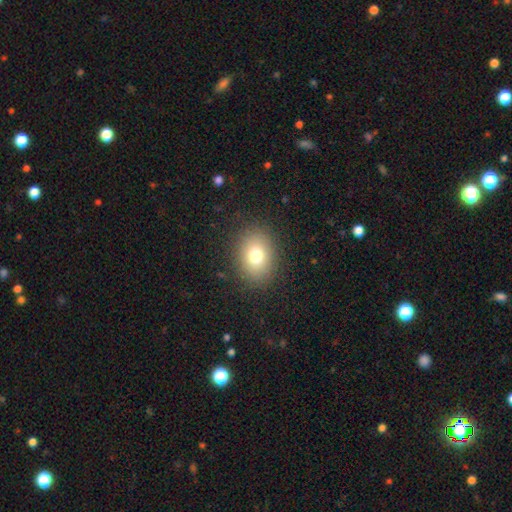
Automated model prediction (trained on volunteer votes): Smooth or featured? smooth (77%)
How rounded? in between (59%)
Merging? none (87%)